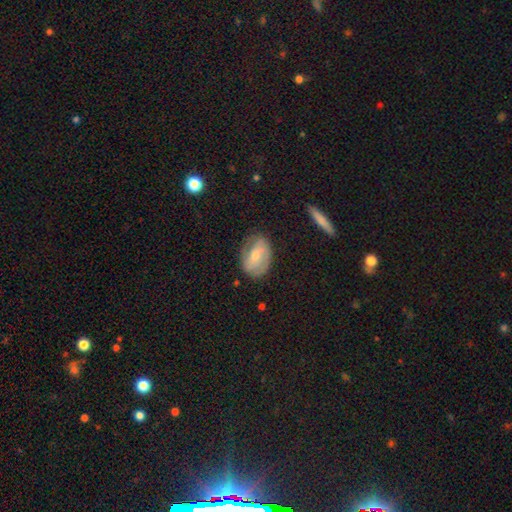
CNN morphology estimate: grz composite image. It shows a featured or disk galaxy (57%) with a weak bar (40%), spiral arms (72%) and a small central bulge (52%). Merging: none (75%).